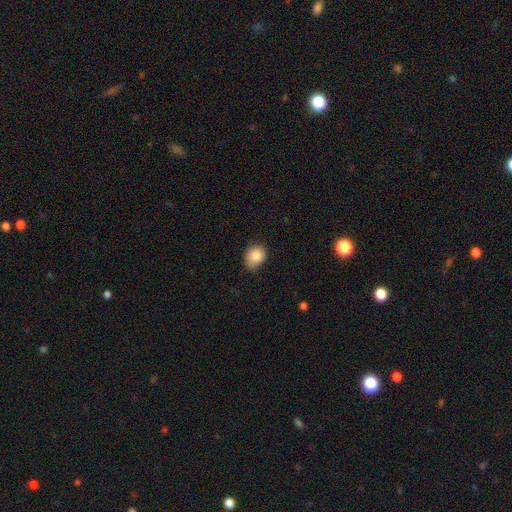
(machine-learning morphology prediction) Overall: smooth (85%). How rounded: in between (54%; round 45%). Merging: none (68%).